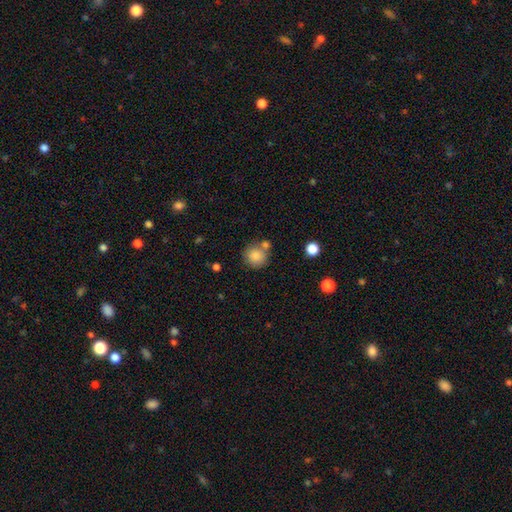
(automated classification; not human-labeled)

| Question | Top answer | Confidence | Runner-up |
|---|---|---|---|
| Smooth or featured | smooth | 85% | star or artifact (9%) |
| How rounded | round | 91% | in between (8%) |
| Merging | none | 67% | merger (19%) |